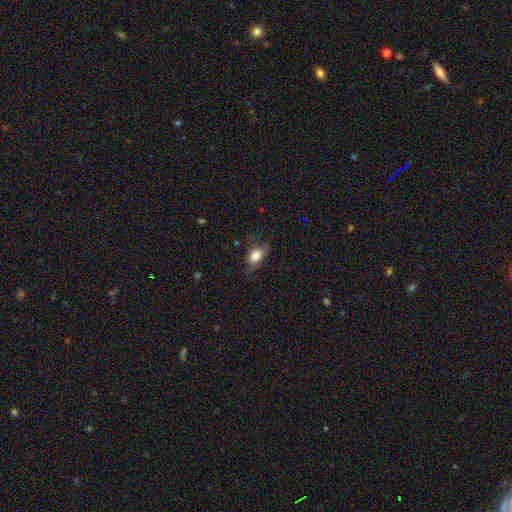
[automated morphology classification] The model was most divided on "merging": none: 58%, minor disturbance: 28%, major disturbance: 13%, merger: 2%. More confident: how rounded — in between (81%); smooth or featured — smooth (79%).